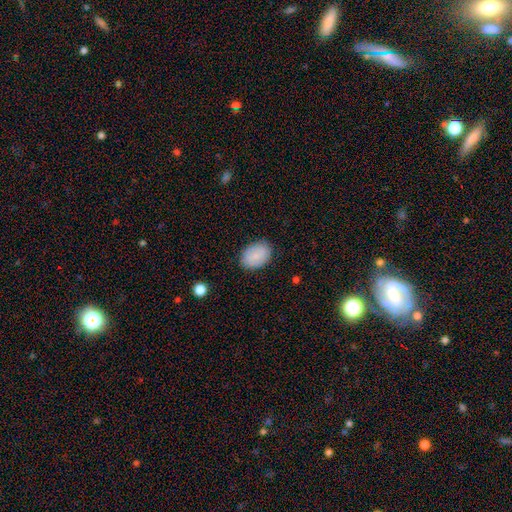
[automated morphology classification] smooth 74%, featured or disk 19%, star or artifact 7%. Down the decision tree: how rounded — in between (80%); merging — none (84%).